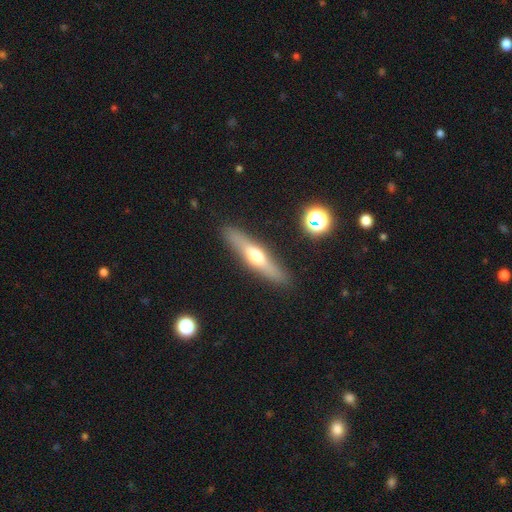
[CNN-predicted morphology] type=featured or disk (53%); edge-on=yes (91%); merging=none (89%).